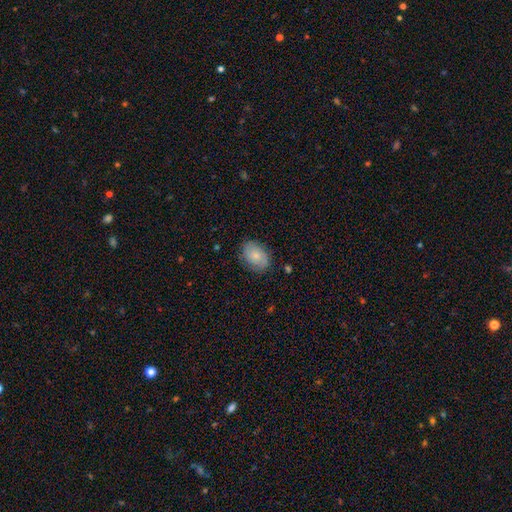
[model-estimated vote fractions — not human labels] Smooth or featured? Predicted: smooth (p=0.70). How rounded? Predicted: in between (p=0.80). Merging? Predicted: none (p=0.82).